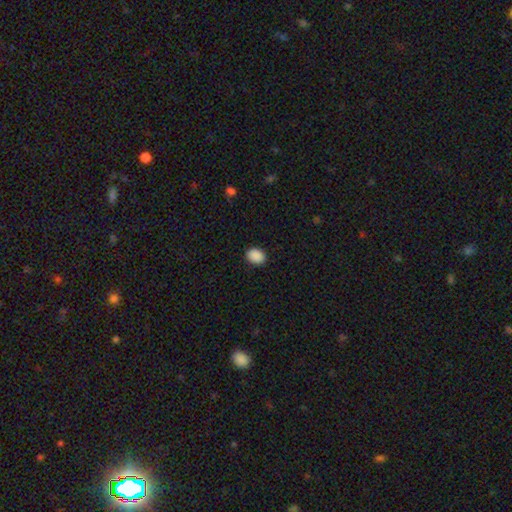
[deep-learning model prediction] Smooth or featured?
  - smooth: 90% *
  - star or artifact: 8%
  - featured or disk: 2%
How rounded?
  - in between: 68% *
  - round: 31%
  - cigar-shaped: 1%
Merging?
  - none: 90% *
  - minor disturbance: 7%
  - major disturbance: 2%
  - merger: 1%